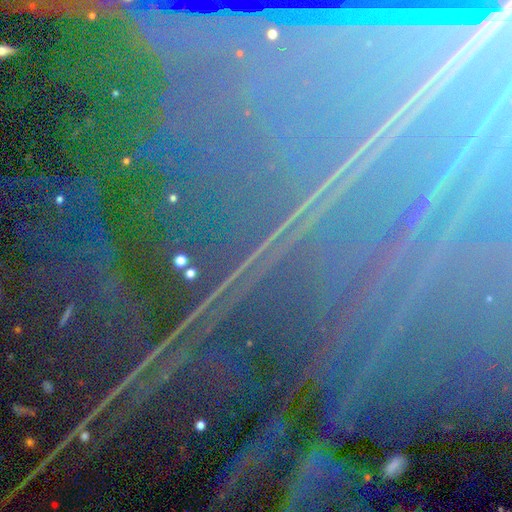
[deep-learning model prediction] Smooth or featured?
  - star or artifact: 89% *
  - featured or disk: 6%
  - smooth: 5%